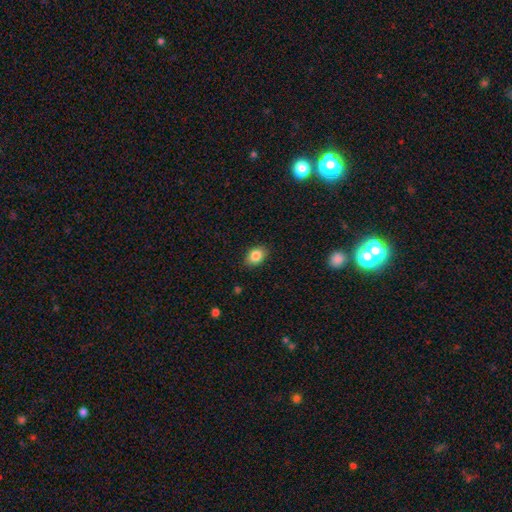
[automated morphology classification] This is clearly a smooth galaxy (86%). How rounded: likely in between (75%). Merging: clearly none (87%).